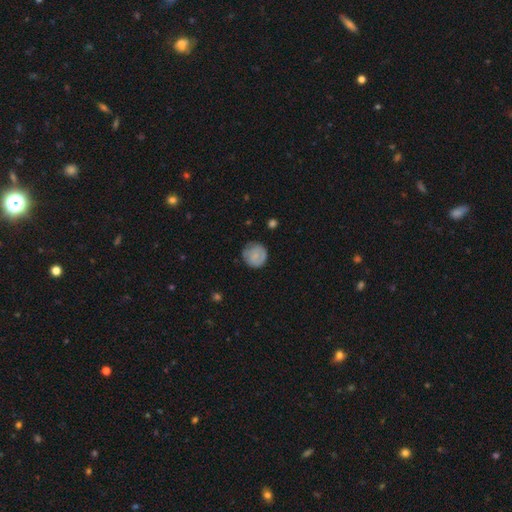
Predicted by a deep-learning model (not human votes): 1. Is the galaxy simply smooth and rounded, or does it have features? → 73% smooth, 20% featured or disk, 7% star or artifact.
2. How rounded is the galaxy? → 92% round, 7% in between, 1% cigar-shaped.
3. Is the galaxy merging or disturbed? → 73% none, 21% minor disturbance, 5% major disturbance, 1% merger.